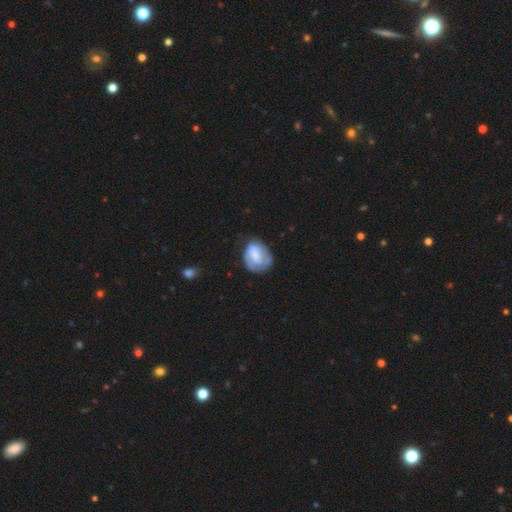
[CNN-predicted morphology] type=featured or disk (49%); merging=none (58%).